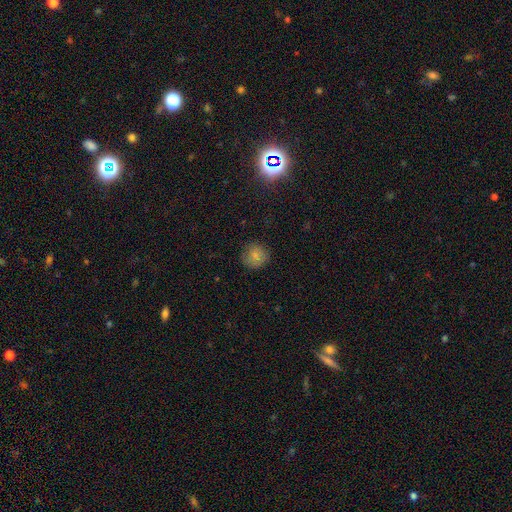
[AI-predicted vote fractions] Overall: smooth (79%). How rounded: round (89%). Merging: none (82%).